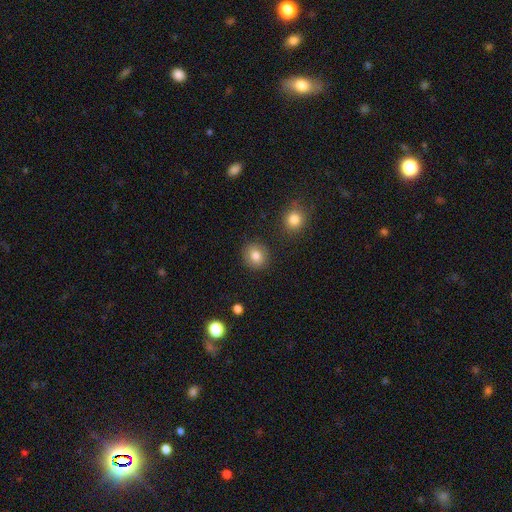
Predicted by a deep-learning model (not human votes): Smooth or featured?
  - smooth: 82% *
  - star or artifact: 9%
  - featured or disk: 9%
How rounded?
  - round: 79% *
  - in between: 20%
  - cigar-shaped: 1%
Merging?
  - none: 87% *
  - minor disturbance: 8%
  - merger: 3%
  - major disturbance: 2%